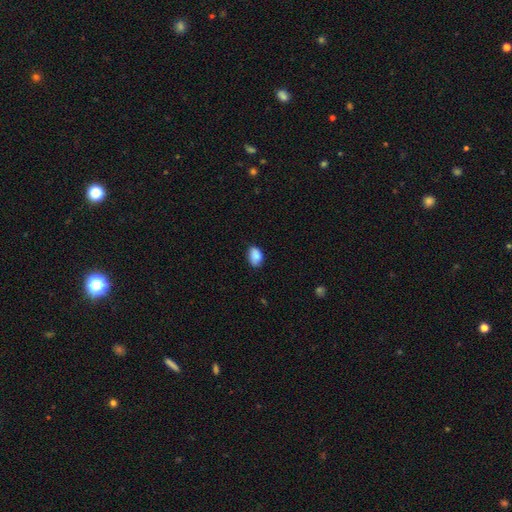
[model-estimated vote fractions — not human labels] Morphology: type=smooth (86%); roundness=in between (87%); merging=none (78%).